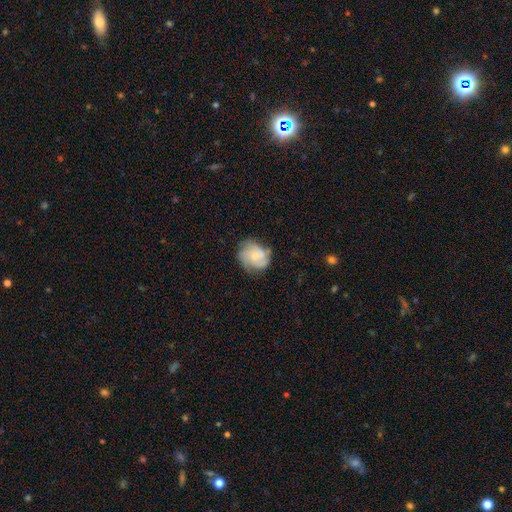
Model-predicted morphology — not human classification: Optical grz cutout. It shows a featured or disk galaxy (59%) with no bar (77%), 3 (38%) tight (46%) spiral arms (88%) and a small central bulge (60%). Merging: none (63%).